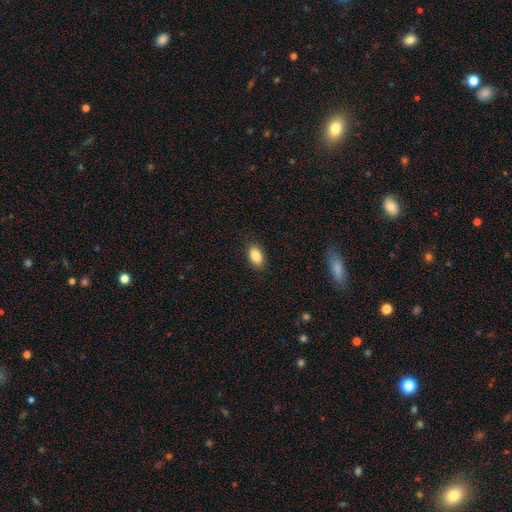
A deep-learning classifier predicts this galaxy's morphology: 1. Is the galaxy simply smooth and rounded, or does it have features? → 87% smooth, 8% star or artifact, 6% featured or disk.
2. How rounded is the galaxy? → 91% in between, 7% round, 2% cigar-shaped.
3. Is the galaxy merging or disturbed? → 88% none, 9% minor disturbance, 2% major disturbance, 1% merger.